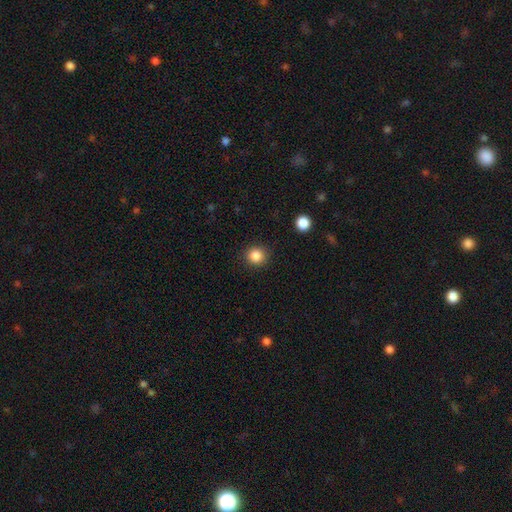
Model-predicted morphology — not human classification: This is clearly a smooth galaxy (85%). How rounded: clearly round (92%). Merging: clearly none (90%).